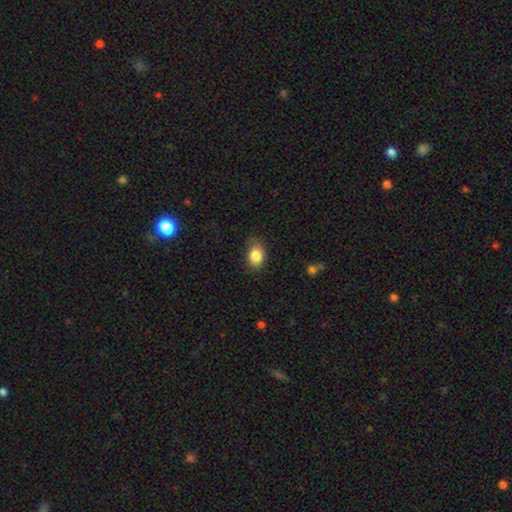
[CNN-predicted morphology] Q: Smooth or featured?
A: smooth (85%); runner-up: star or artifact (9%)
Q: How rounded?
A: in between (64%); runner-up: round (35%)
Q: Merging?
A: none (70%); runner-up: minor disturbance (24%)